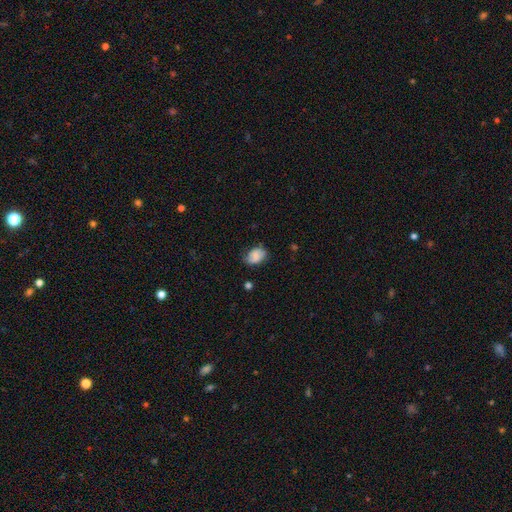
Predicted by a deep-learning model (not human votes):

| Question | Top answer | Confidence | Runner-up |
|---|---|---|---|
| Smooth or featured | smooth | 76% | featured or disk (16%) |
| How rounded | in between | 77% | round (22%) |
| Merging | none | 67% | minor disturbance (26%) |